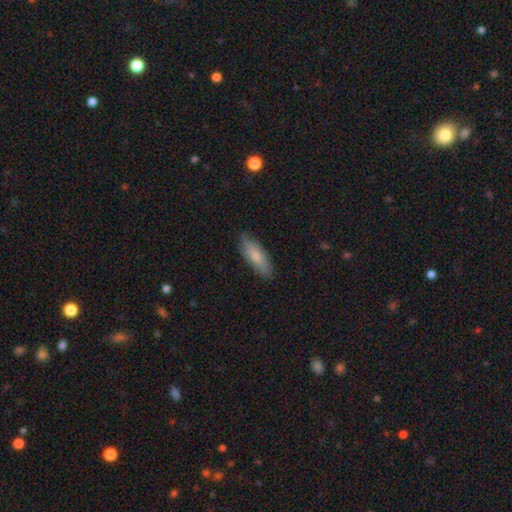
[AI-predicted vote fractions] Smooth or featured?
  - smooth: 78% *
  - featured or disk: 16%
  - star or artifact: 6%
How rounded?
  - in between: 61% *
  - cigar-shaped: 37%
  - round: 2%
Merging?
  - none: 83% *
  - minor disturbance: 14%
  - major disturbance: 2%
  - merger: 1%